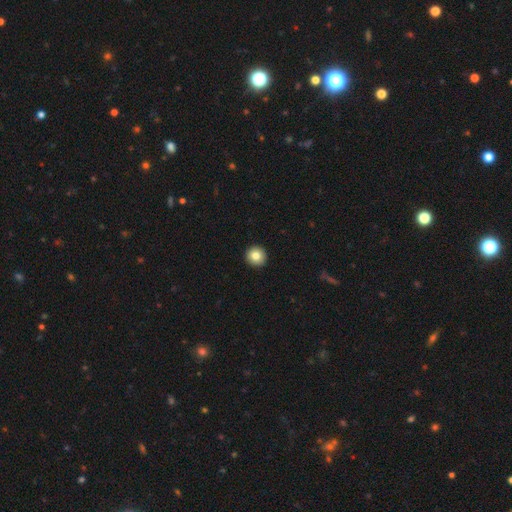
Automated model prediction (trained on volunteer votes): Smooth or featured: smooth — 83% (star or artifact — 9%)
How rounded: round — 96% (in between — 3%)
Merging: none — 94% (minor disturbance — 4%)